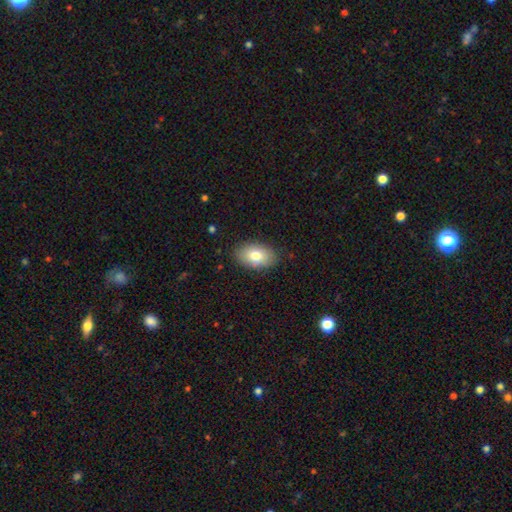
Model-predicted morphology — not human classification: type=smooth (78%); roundness=in between (90%); merging=none (86%).